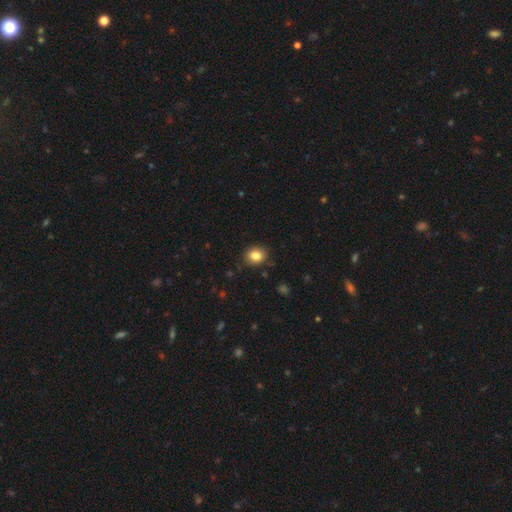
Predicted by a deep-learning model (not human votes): A smooth galaxy with no disk features (84%) that is round (66%). Merging: none (87%).